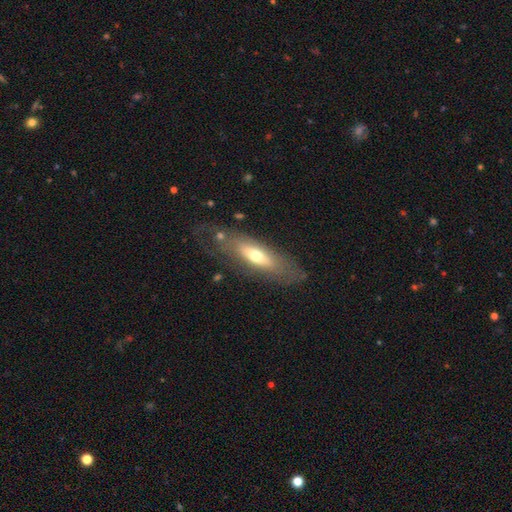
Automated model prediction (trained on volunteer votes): Q: Smooth or featured?
A: smooth (48%); runner-up: featured or disk (45%)
Q: Merging?
A: none (67%); runner-up: minor disturbance (18%)